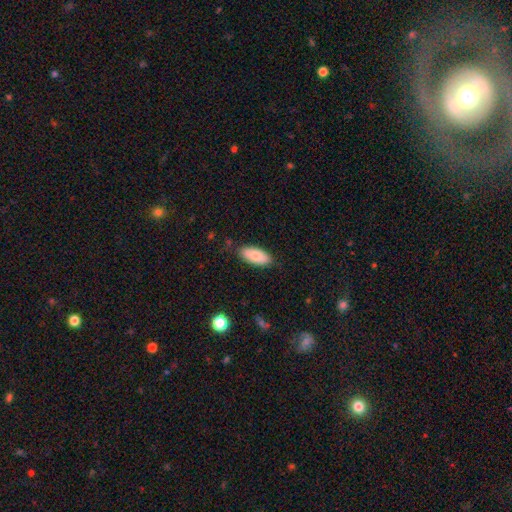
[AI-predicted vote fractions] Smooth or featured? Predicted: smooth (p=0.82). How rounded? Predicted: in between (p=0.89). Merging? Predicted: none (p=0.83).